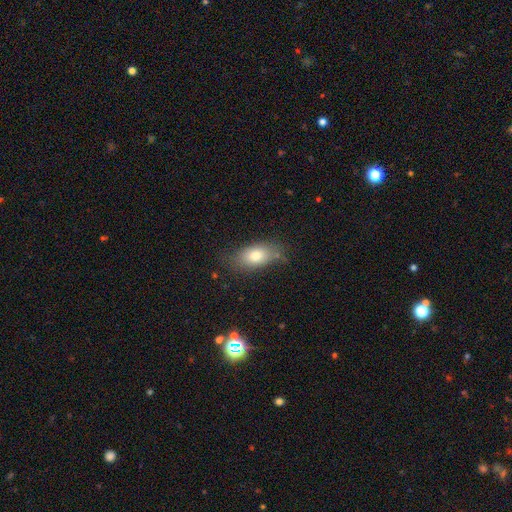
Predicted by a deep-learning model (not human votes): A smooth galaxy with no disk features (75%) that is in between round and cigar-shaped (85%).

Vote fractions:
- Smooth or featured? smooth: 75% / featured or disk: 15% / star or artifact: 10%
- How rounded? in between: 85% / round: 10% / cigar-shaped: 5%
- Merging? none: 72% / minor disturbance: 20% / major disturbance: 5% / merger: 3%